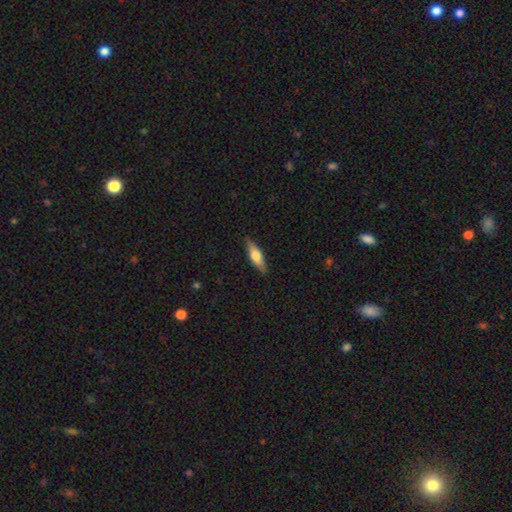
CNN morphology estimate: This appears to be a smooth galaxy with no disk features (52%) that is cigar-shaped (55%). Merging: none (87%).